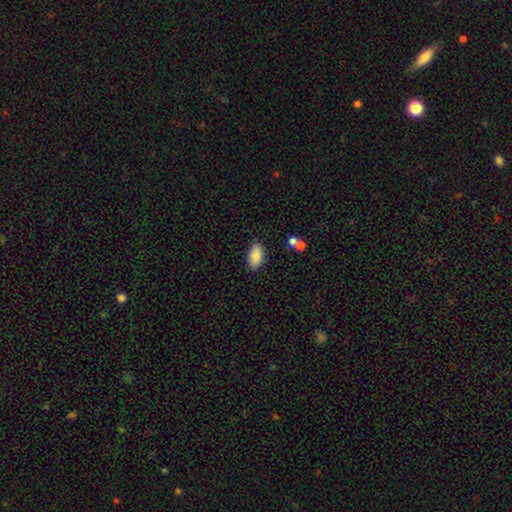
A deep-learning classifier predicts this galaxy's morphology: type=smooth (87%); roundness=in between (93%); merging=none (85%).